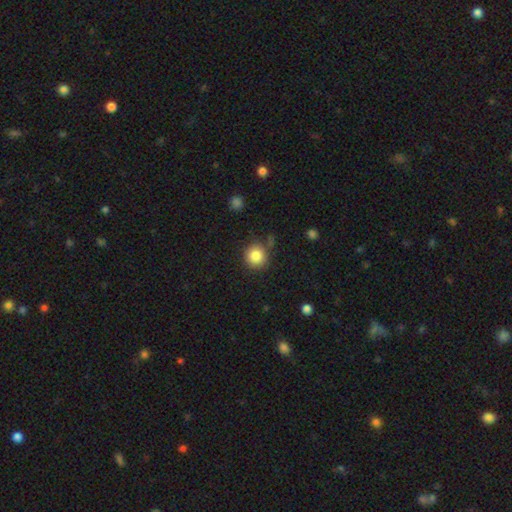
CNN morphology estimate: Smooth or featured: smooth — 84% (star or artifact — 10%)
How rounded: round — 92% (in between — 7%)
Merging: none — 79% (minor disturbance — 12%)